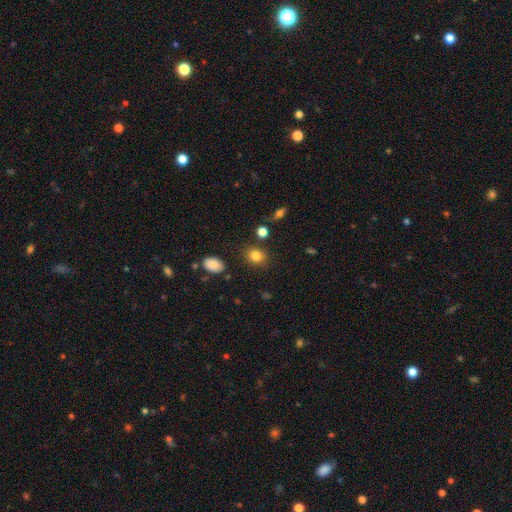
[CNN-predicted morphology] smooth 83%, star or artifact 11%, featured or disk 6%. Down the decision tree: how rounded — round (65%); merging — none (84%).